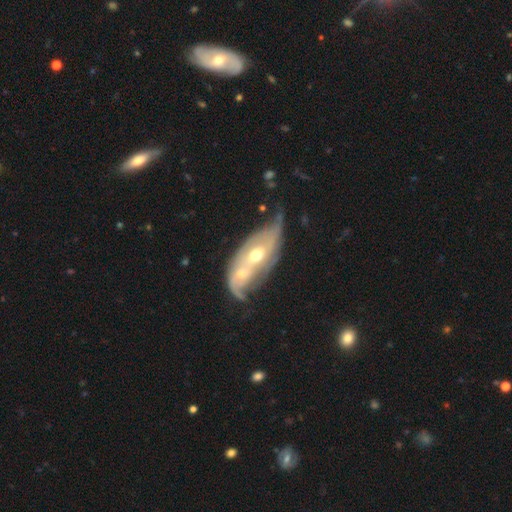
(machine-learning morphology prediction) A featured or disk galaxy (74%) with no bar (65%), spiral arms (69%) and a moderate central bulge (67%). Merging: merger (43%).